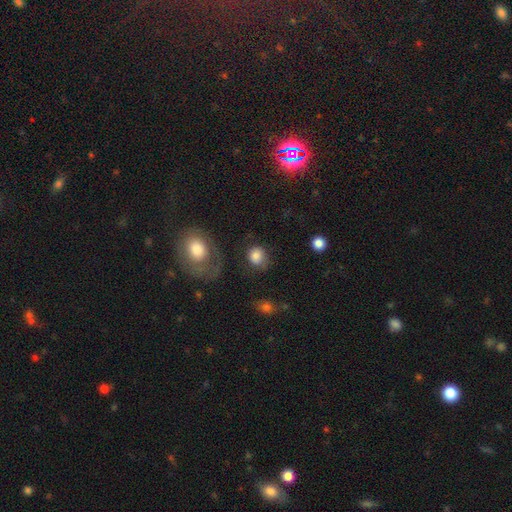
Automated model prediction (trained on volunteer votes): Overall: smooth (81%). How rounded: round (71%). Merging: none (66%).